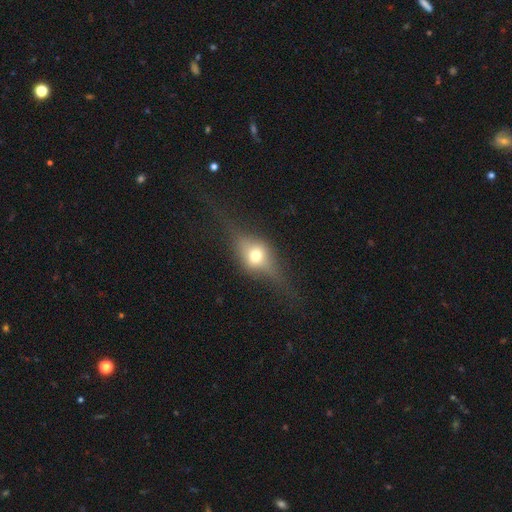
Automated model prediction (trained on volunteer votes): A featured or disk galaxy (56%) viewed edge-on (88%).

Vote fractions:
- Smooth or featured? featured or disk: 56% / smooth: 33% / star or artifact: 11%
- Edge-on disk? yes: 88% / no: 12%
- Merging? none: 68% / minor disturbance: 18% / major disturbance: 12% / merger: 2%